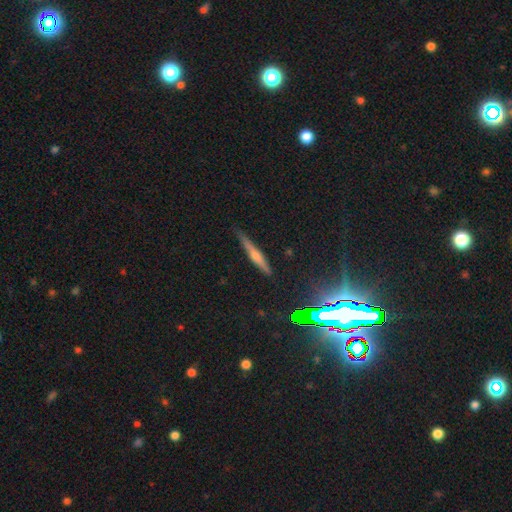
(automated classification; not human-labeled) Smooth or featured? Predicted: featured or disk (p=0.53). Edge-on disk? Predicted: yes (p=0.96). Edge-on bulge? Predicted: rounded (p=0.69). Merging? Predicted: none (p=0.85).